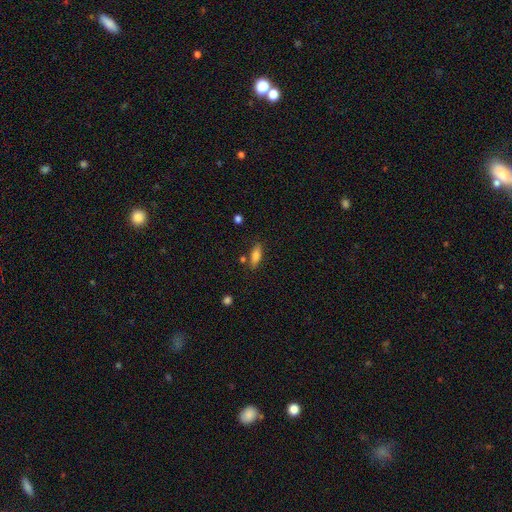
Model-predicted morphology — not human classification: type=smooth (78%); roundness=in between (69%); merging=none (78%).